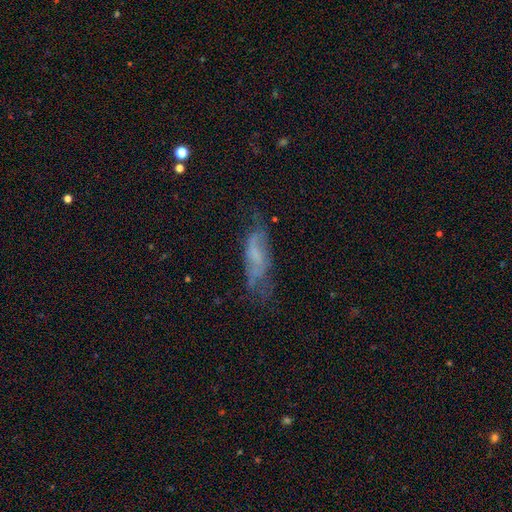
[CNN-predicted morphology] smooth-or-featured: featured or disk: 44% (tied) | smooth: 44% (tied) | star or artifact: 12%
  merging: none: 49% | minor disturbance: 28% | major disturbance: 20% | merger: 3%